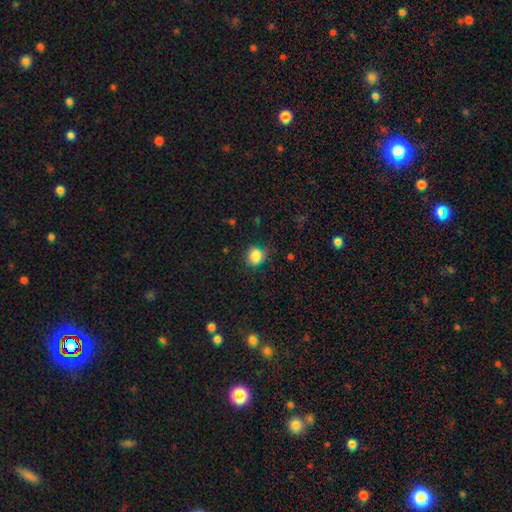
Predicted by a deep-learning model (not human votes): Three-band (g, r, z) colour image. It shows a smooth galaxy with no disk features (84%) that is round (80%). Merging: none (71%).